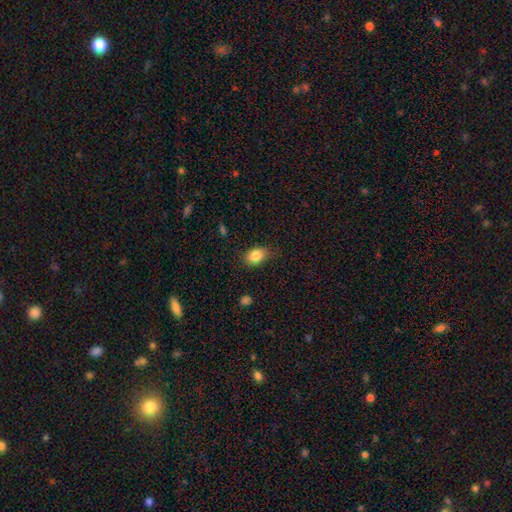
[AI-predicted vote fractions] The model was most divided on "how rounded": in between: 76%, round: 23%, cigar-shaped: 1%. More confident: smooth or featured — smooth (85%); merging — none (78%).